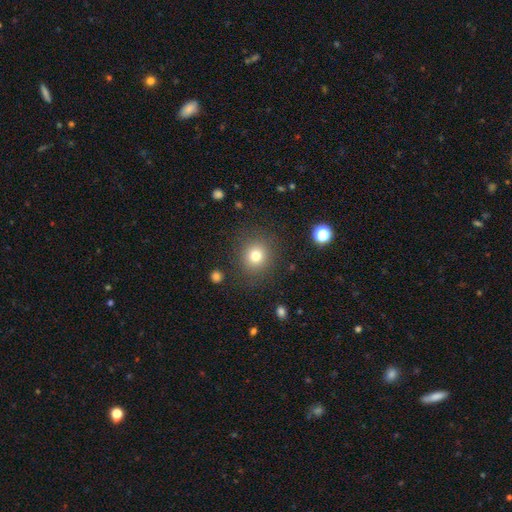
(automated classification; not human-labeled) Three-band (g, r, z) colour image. It shows a smooth galaxy with no disk features (77%) that is round (86%). Merging: none (85%).